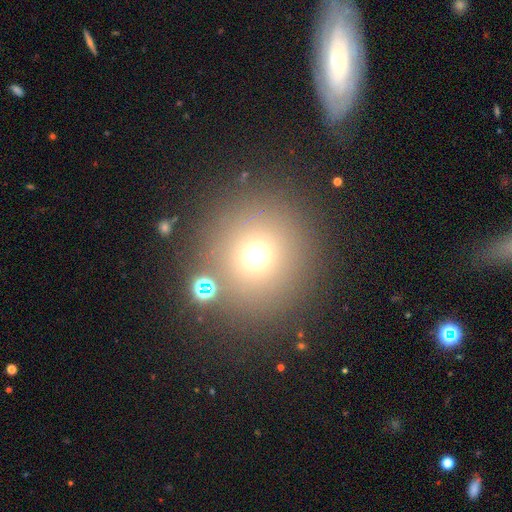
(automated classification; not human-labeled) Morphology: type=smooth (68%); roundness=round (89%); merging=none (75%).